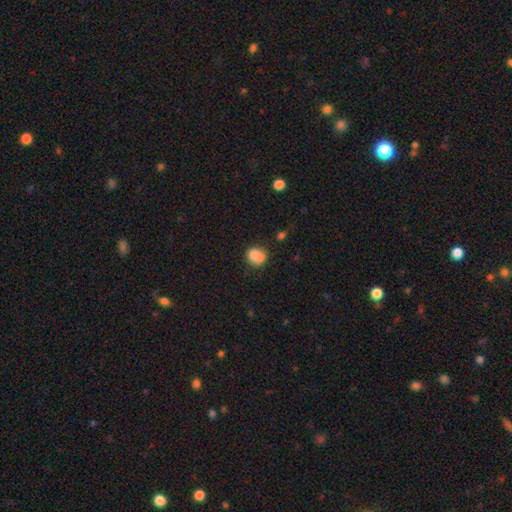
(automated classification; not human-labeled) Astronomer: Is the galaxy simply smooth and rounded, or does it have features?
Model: smooth — 76%.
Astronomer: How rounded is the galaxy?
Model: round — 64%.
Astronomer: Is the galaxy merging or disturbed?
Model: none — 39% (runner-up: merger, 35%).